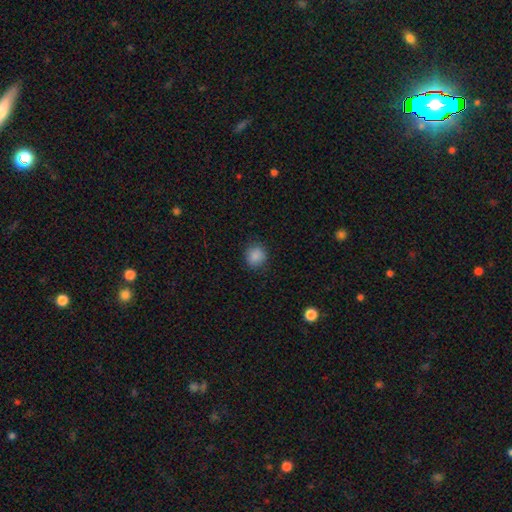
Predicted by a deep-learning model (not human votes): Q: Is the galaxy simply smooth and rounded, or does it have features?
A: smooth — 87%.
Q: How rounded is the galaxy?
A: round — 86%.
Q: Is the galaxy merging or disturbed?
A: none — 88%.